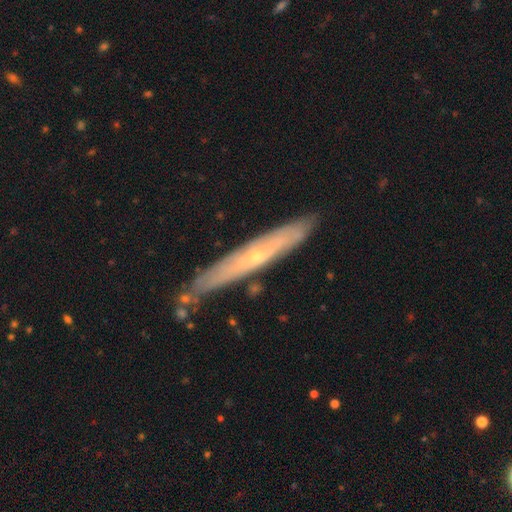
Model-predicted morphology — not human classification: This is likely a featured or disk galaxy (68%). It is likely viewed edge-on (76%). Edge-on bulge: possibly rounded (55%). Merging: likely none (76%).